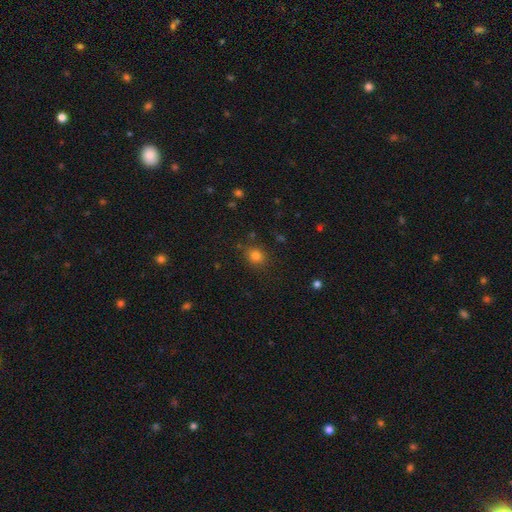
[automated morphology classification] A smooth galaxy with no disk features (79%) that is round (70%). Merging: none (84%).